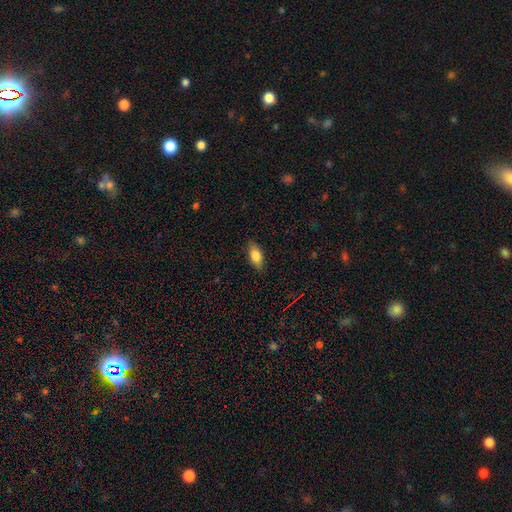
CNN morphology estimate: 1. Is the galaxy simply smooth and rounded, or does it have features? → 78% smooth, 15% featured or disk, 7% star or artifact.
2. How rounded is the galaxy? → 84% in between, 12% cigar-shaped, 4% round.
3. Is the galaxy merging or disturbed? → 87% none, 10% minor disturbance, 2% major disturbance, 1% merger.